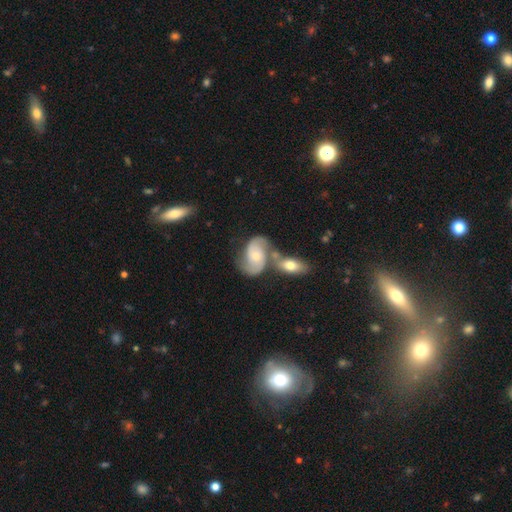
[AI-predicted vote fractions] A featured or disk galaxy (75%) with no bar (66%), 2 (89%) medium (49%) spiral arms (93%) and a small central bulge (50%).

Vote fractions:
- Smooth or featured? featured or disk: 75% / smooth: 19% / star or artifact: 6%
- Edge-on disk? no: 96% / yes: 4%
- Bar? no: 66% / weak: 29% / strong: 6%
- Spiral arms? yes: 93% / no: 7%
- Spiral winding? medium: 49% / loose: 33% / tight: 19%
- Spiral arm count? 2: 89% / can't tell: 5% / 1: 2% / 3: 1% / 4: 1% / more than 4: 1%
- Bulge size? small: 50% / moderate: 45% / large: 3% / none: 2% / dominant: 1%
- Merging? merger: 47% / none: 35% / minor disturbance: 12% / major disturbance: 6%